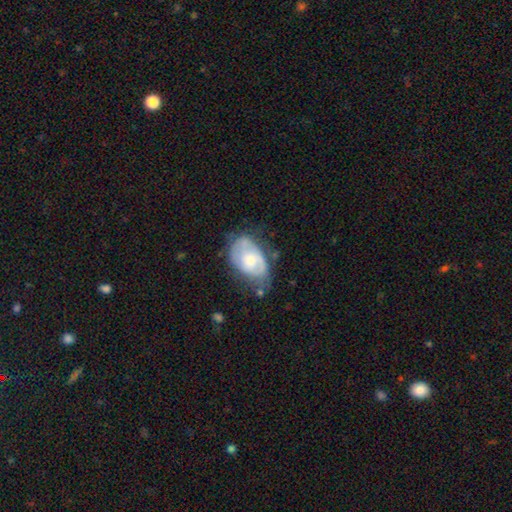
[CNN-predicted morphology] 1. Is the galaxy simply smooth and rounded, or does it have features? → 54% featured or disk, 40% smooth, 6% star or artifact.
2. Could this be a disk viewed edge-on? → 95% no, 5% yes.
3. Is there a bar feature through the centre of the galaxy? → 71% no, 24% weak, 5% strong.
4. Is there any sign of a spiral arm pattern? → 57% yes, 43% no.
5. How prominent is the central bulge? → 54% moderate, 35% small, 7% large, 3% none, 1% dominant.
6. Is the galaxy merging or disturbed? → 45% none, 34% minor disturbance, 16% major disturbance, 4% merger.